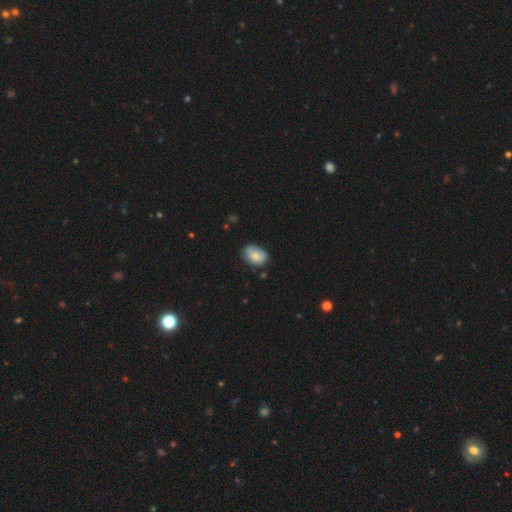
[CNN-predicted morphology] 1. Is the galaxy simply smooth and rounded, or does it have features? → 80% smooth, 13% featured or disk, 7% star or artifact.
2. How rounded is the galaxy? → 80% in between, 18% round, 1% cigar-shaped.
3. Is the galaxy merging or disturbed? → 69% none, 25% minor disturbance, 4% major disturbance, 2% merger.